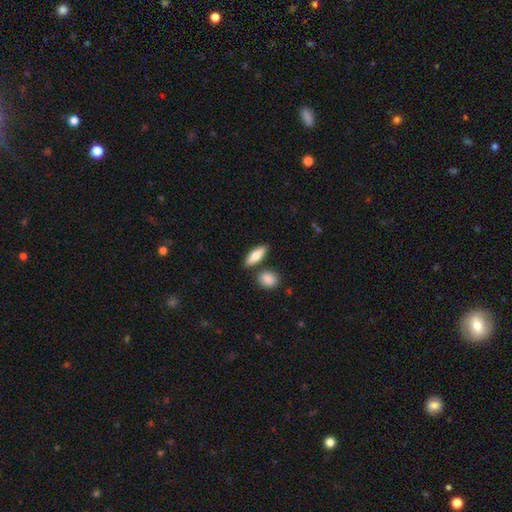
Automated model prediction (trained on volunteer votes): This appears to be a smooth galaxy with no disk features (73%) that is in between round and cigar-shaped (61%). Merging: none (77%).